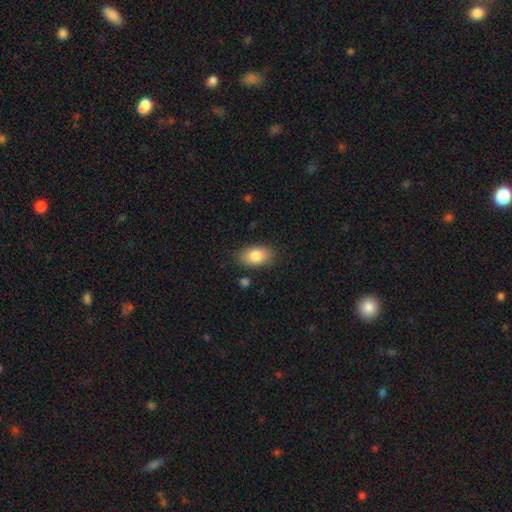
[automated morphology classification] smooth_or_featured: smooth (p=0.84) [alt: featured or disk p=0.09]
how_rounded: in between (p=0.90) [alt: round p=0.09]
merging: none (p=0.82) [alt: minor disturbance p=0.13]